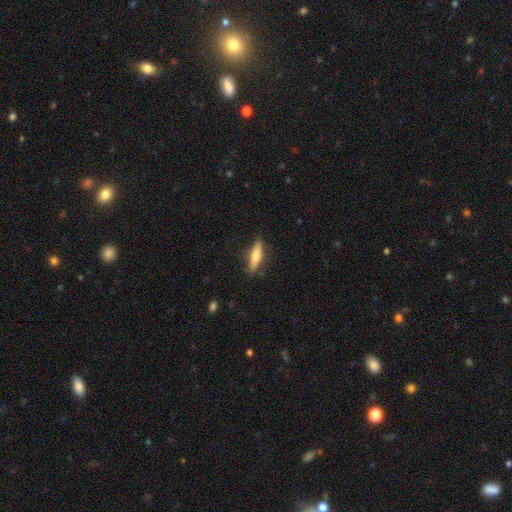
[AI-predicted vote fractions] Smooth or featured? Predicted: smooth (p=0.63). How rounded? Predicted: cigar-shaped (p=0.77). Merging? Predicted: none (p=0.85).